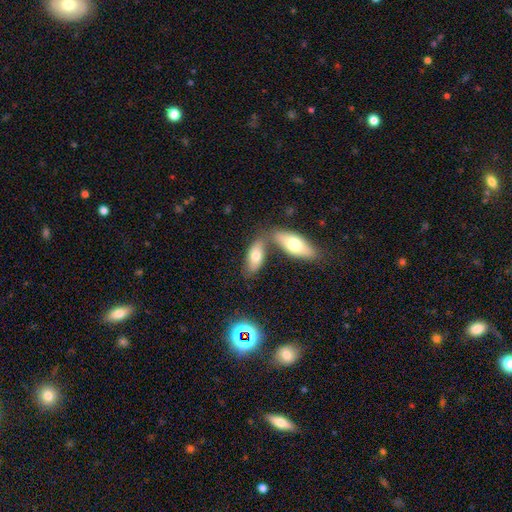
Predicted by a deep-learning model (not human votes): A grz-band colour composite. It shows a smooth galaxy with no disk features (71%) that is in between round and cigar-shaped (82%). Merging: merger (44%).